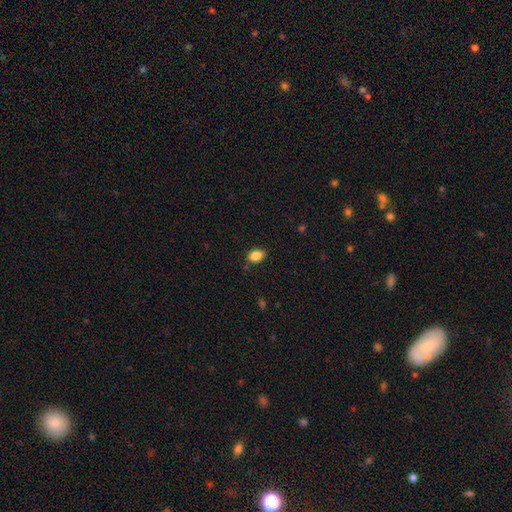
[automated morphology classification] Q: Smooth or featured?
A: smooth (86%); runner-up: star or artifact (9%)
Q: How rounded?
A: in between (81%); runner-up: round (18%)
Q: Merging?
A: none (84%); runner-up: minor disturbance (12%)